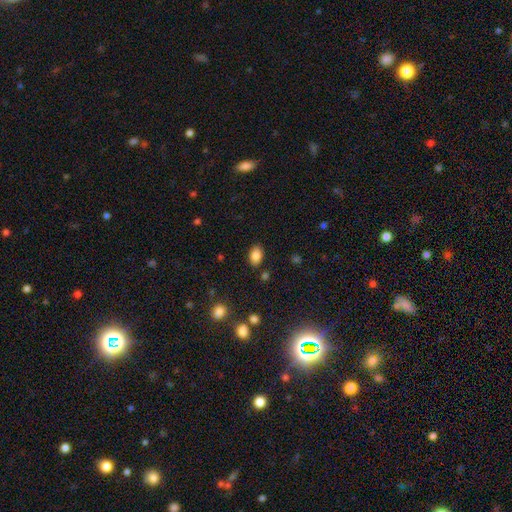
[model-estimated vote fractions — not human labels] Smooth or featured? smooth (84%)
How rounded? in between (84%)
Merging? none (85%)